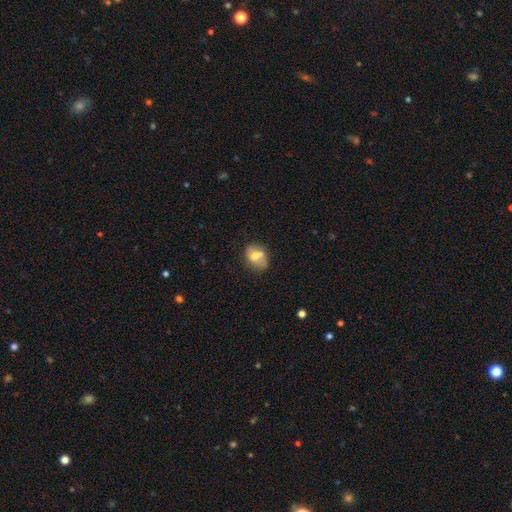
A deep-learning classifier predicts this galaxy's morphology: smooth_or_featured: smooth (p=0.58) [alt: featured or disk p=0.33]
how_rounded: in between (p=0.64) [alt: round p=0.34]
merging: none (p=0.53) [alt: minor disturbance p=0.21]